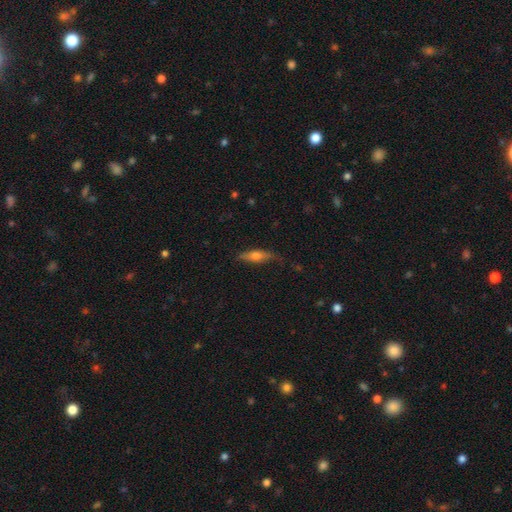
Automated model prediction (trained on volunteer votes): Overall: smooth (56%; featured or disk 37%). How rounded: cigar-shaped (62%; in between 35%). Merging: none (71%).